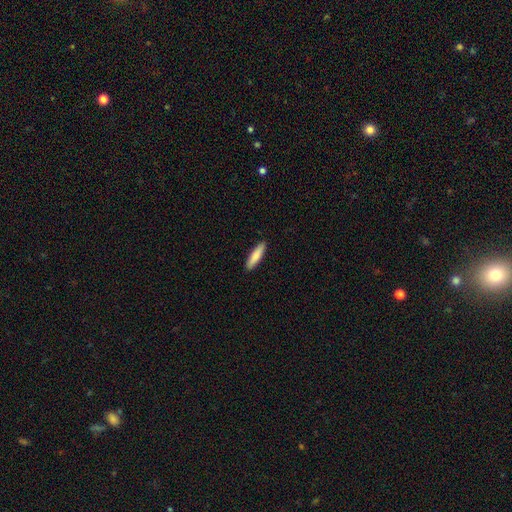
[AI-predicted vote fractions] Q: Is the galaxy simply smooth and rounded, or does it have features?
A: smooth — 82%.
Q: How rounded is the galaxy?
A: cigar-shaped — 74%.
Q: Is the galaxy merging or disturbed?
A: none — 91%.